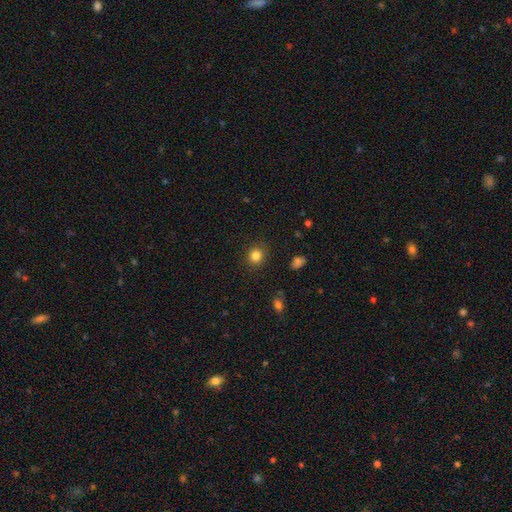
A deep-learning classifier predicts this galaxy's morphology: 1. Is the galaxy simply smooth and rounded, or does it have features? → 84% smooth, 12% star or artifact, 4% featured or disk.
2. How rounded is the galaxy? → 86% round, 13% in between, 1% cigar-shaped.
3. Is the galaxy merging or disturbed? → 89% none, 8% minor disturbance, 3% major disturbance, 1% merger.